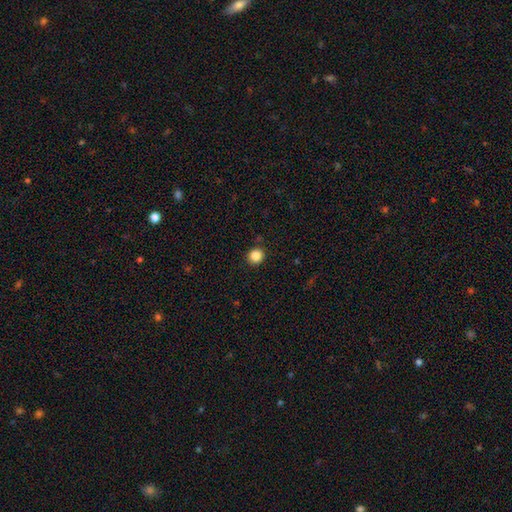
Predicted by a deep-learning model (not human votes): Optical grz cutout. It shows a smooth galaxy with no disk features (86%) that is round (92%). Merging: none (91%).